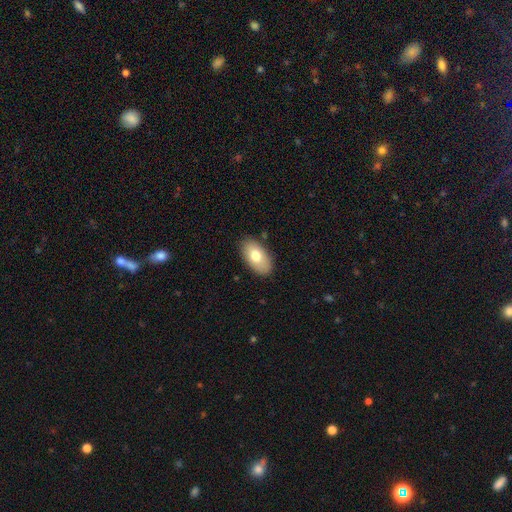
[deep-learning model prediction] smooth_or_featured: smooth (p=0.75) [alt: featured or disk p=0.19]
how_rounded: in between (p=0.94) [alt: round p=0.04]
merging: none (p=0.86) [alt: minor disturbance p=0.11]